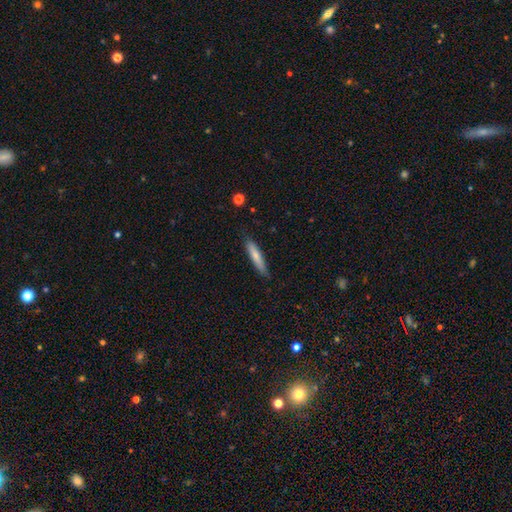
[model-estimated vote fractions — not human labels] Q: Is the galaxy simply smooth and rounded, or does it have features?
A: smooth — 69%.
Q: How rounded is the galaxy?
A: cigar-shaped — 87%.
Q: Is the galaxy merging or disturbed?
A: none — 81%.